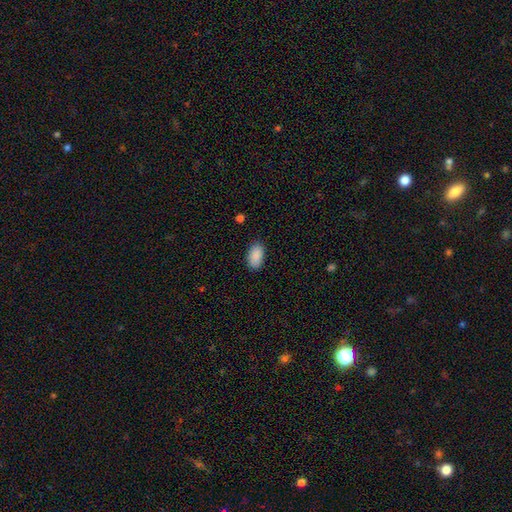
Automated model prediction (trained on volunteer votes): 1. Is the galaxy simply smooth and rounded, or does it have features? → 90% smooth, 7% star or artifact, 3% featured or disk.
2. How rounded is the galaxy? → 94% in between, 4% round, 2% cigar-shaped.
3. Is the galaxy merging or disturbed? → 86% none, 11% minor disturbance, 2% major disturbance, 1% merger.